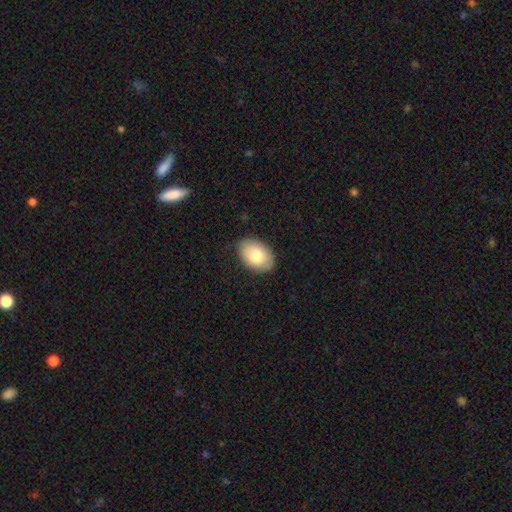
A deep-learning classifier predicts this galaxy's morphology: Smooth or featured?
  - smooth: 80% *
  - featured or disk: 14%
  - star or artifact: 6%
How rounded?
  - in between: 87% *
  - round: 12%
  - cigar-shaped: 1%
Merging?
  - none: 81% *
  - minor disturbance: 15%
  - major disturbance: 3%
  - merger: 1%